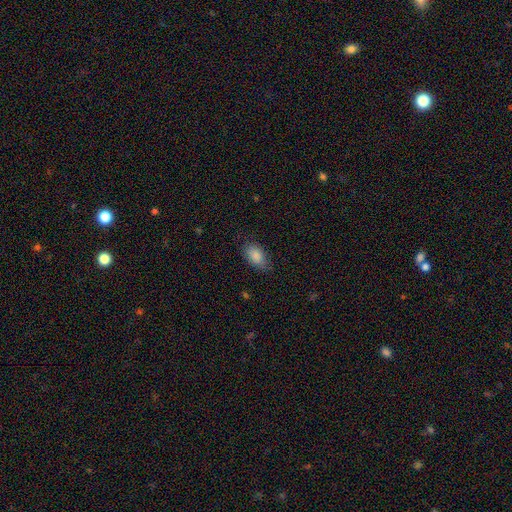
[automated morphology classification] smooth 87%, star or artifact 7%, featured or disk 6%. Down the decision tree: how rounded — in between (91%); merging — none (78%).